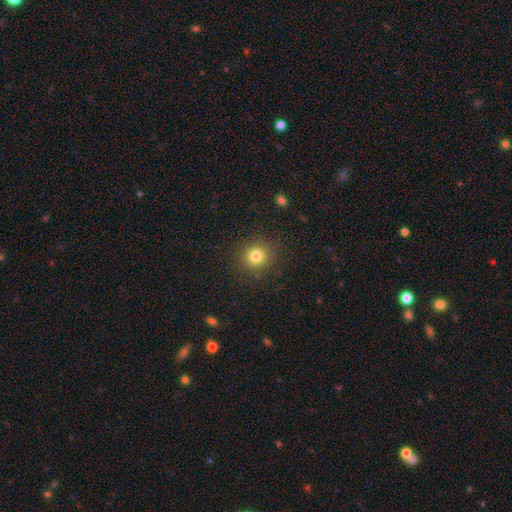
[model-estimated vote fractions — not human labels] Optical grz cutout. It shows a smooth galaxy with no disk features (81%) that is round (90%). Merging: none (88%).